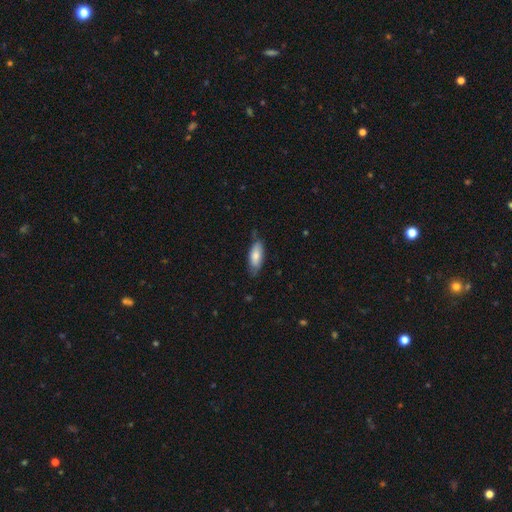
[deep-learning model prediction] Smooth or featured?
  - smooth: 79% *
  - featured or disk: 15%
  - star or artifact: 6%
How rounded?
  - in between: 78% *
  - cigar-shaped: 20%
  - round: 2%
Merging?
  - none: 70% *
  - minor disturbance: 24%
  - major disturbance: 4%
  - merger: 2%